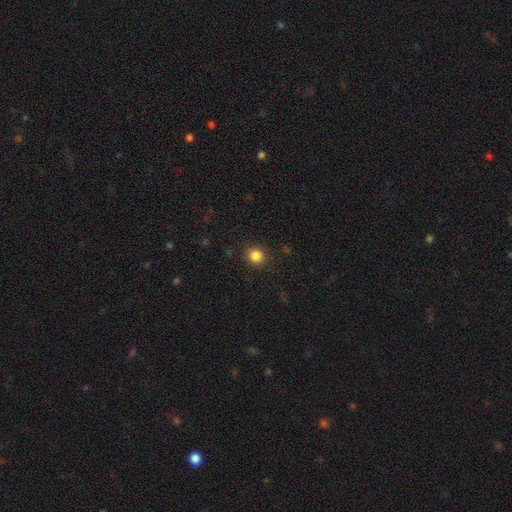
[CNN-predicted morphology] type=smooth (85%); roundness=round (86%); merging=none (89%).